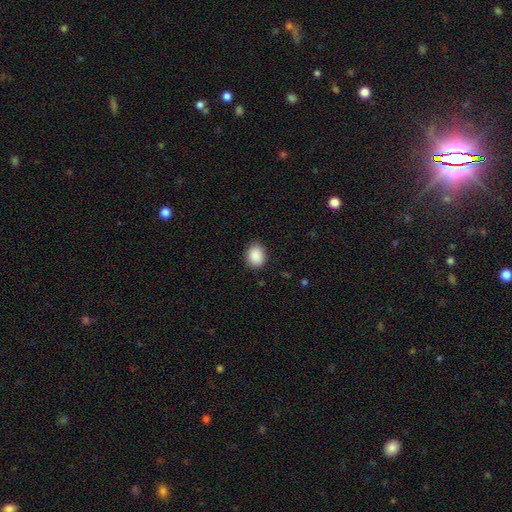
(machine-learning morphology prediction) Smooth or featured? smooth (90%)
How rounded? in between (53%)
Merging? none (86%)